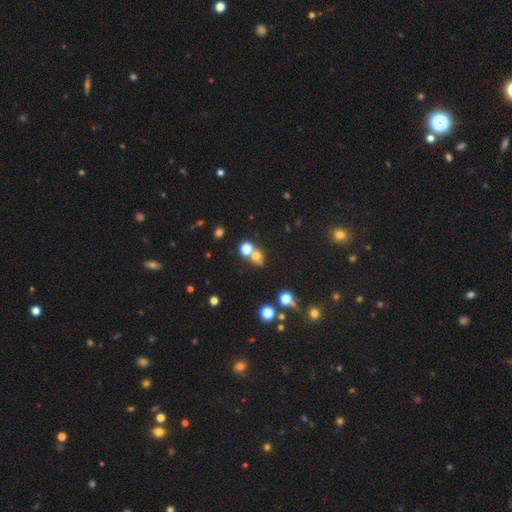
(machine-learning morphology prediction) smooth-or-featured: smooth: 67% | star or artifact: 21% | featured or disk: 12%
  how-rounded: round: 71% | in between: 28% | cigar-shaped: 2%
  merging: none: 44% | merger: 43% | minor disturbance: 8% | major disturbance: 5%